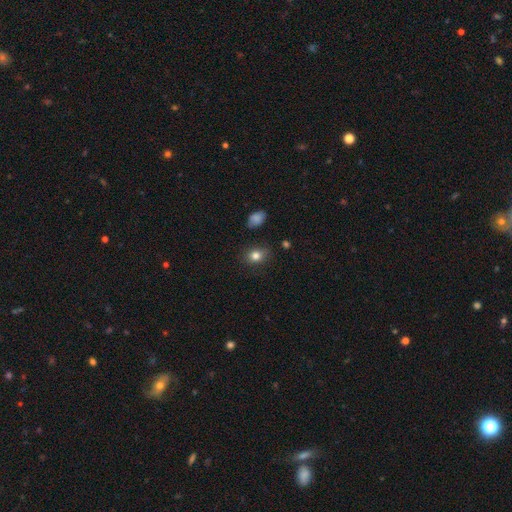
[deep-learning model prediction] Smooth or featured?
  - smooth: 82% *
  - star or artifact: 11%
  - featured or disk: 7%
How rounded?
  - round: 52% *
  - in between: 47%
  - cigar-shaped: 1%
Merging?
  - none: 83% *
  - minor disturbance: 13%
  - major disturbance: 3%
  - merger: 2%